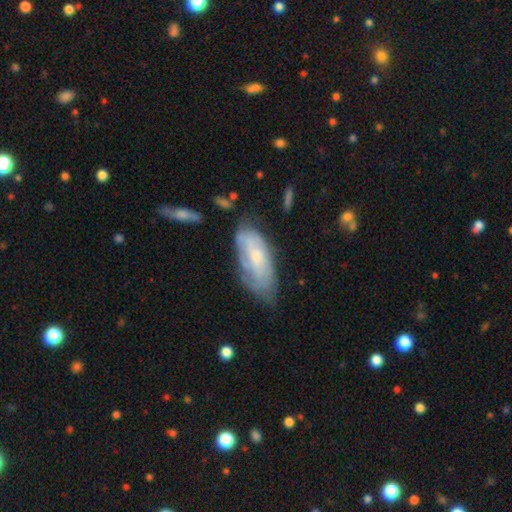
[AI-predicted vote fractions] Smooth or featured? smooth (49%)
Merging? none (55%)